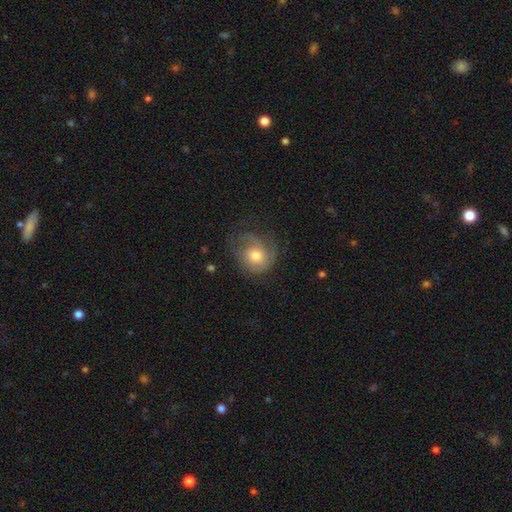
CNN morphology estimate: featured or disk 61%, smooth 32%, star or artifact 7%. Down the decision tree: edge-on disk — no (97%); bar — no (74%); spiral arms — yes (87%); spiral arm count — 2 (32%); spiral winding — tight (43%); bulge size — moderate (69%); merging — none (57%).